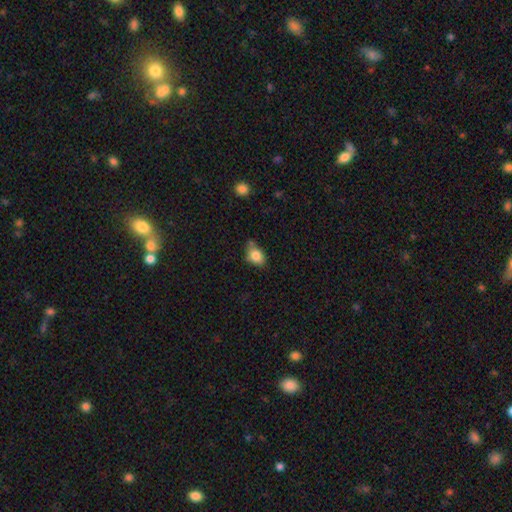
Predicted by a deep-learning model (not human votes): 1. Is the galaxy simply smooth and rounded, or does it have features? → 83% smooth, 9% featured or disk, 9% star or artifact.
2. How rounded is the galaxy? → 74% in between, 25% round, 2% cigar-shaped.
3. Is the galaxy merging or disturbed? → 57% none, 28% minor disturbance, 9% merger, 6% major disturbance.